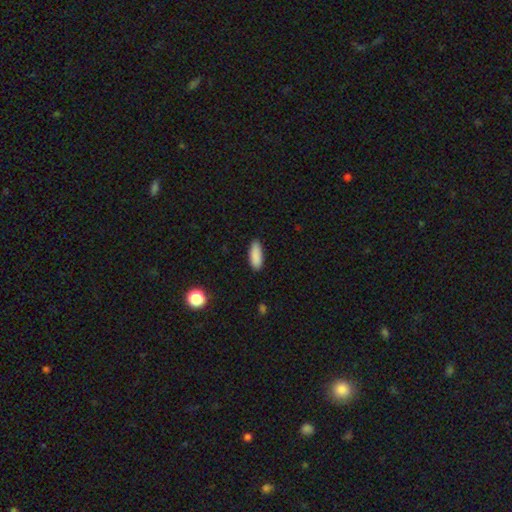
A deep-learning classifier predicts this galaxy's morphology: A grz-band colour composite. It shows a smooth galaxy with no disk features (89%) that is in between round and cigar-shaped (67%). Merging: none (87%).